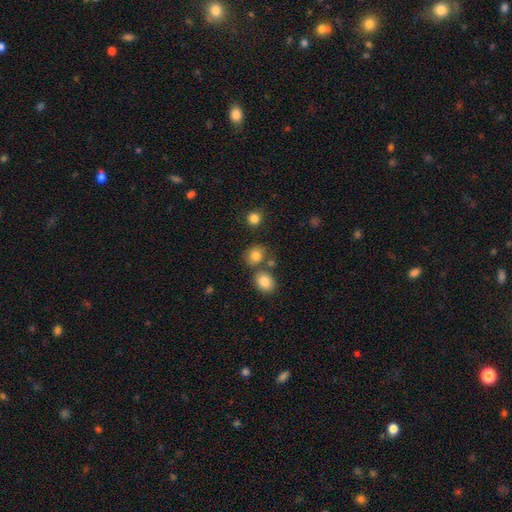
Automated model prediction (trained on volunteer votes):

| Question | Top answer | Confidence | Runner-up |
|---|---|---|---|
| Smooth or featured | smooth | 81% | star or artifact (11%) |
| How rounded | round | 68% | in between (31%) |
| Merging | none | 64% | merger (21%) |